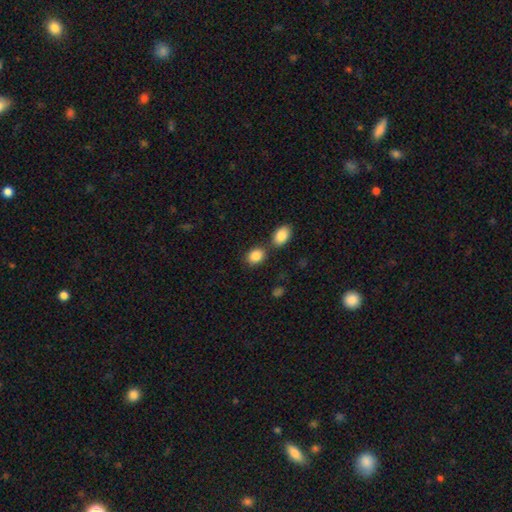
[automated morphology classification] A smooth galaxy with no disk features (87%) that is in between round and cigar-shaped (61%).

Vote fractions:
- Smooth or featured? smooth: 87% / star or artifact: 8% / featured or disk: 5%
- How rounded? in between: 61% / round: 38% / cigar-shaped: 1%
- Merging? none: 62% / merger: 23% / minor disturbance: 12% / major disturbance: 4%